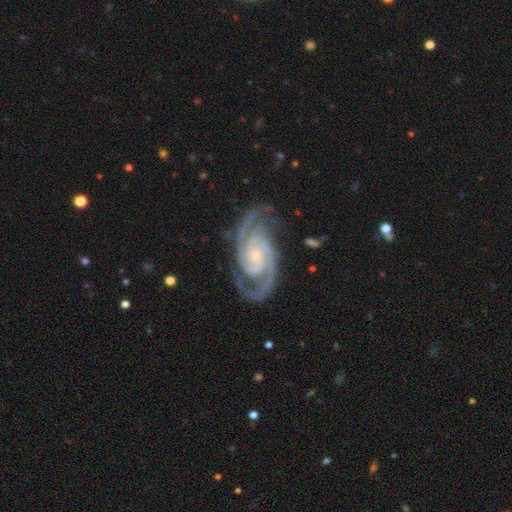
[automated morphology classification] This is clearly a featured or disk galaxy (94%). It is clearly not viewed edge-on (98%). Bar: possibly no (60%). Spiral arm pattern: clearly yes (99%). Spiral arm count: clearly 2 (82%). Spiral winding: possibly tight (59%). Central bulge: likely small (69%). Merging: likely none (79%).